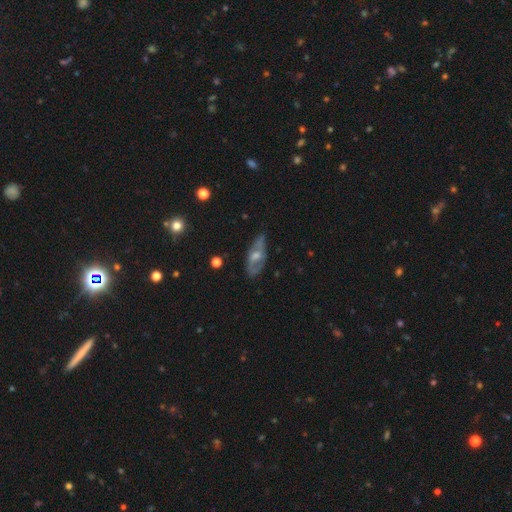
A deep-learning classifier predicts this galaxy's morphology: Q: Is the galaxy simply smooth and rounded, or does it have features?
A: featured or disk — 62%.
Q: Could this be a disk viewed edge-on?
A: no — 79%.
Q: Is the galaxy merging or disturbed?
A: none — 69%.